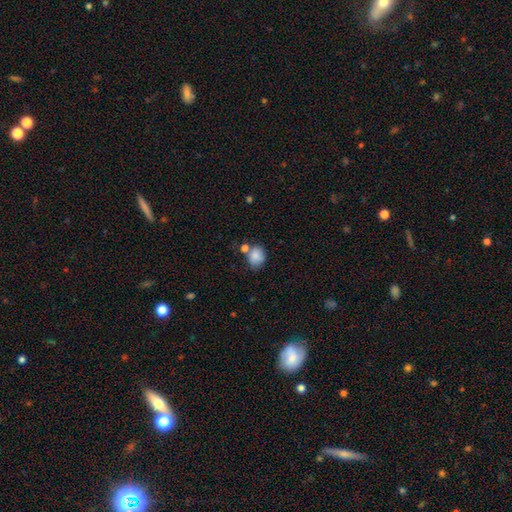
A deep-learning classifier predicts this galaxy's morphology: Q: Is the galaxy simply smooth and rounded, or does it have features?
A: smooth — 85%.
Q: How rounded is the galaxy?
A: round — 57%.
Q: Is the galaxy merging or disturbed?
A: none — 58%.